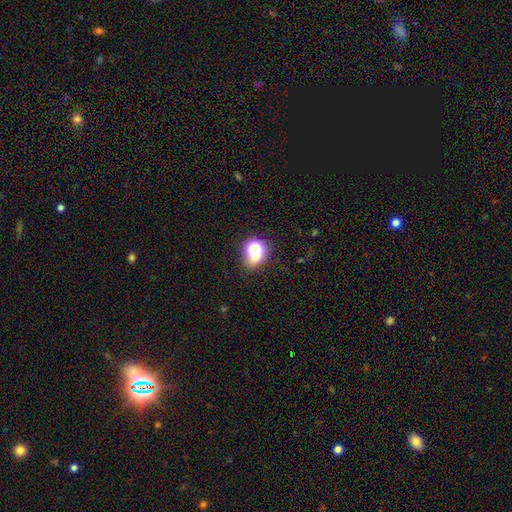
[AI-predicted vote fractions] Q: Smooth or featured?
A: smooth (57%); runner-up: star or artifact (29%)
Q: How rounded?
A: round (65%); runner-up: in between (33%)
Q: Merging?
A: none (59%); runner-up: merger (17%)